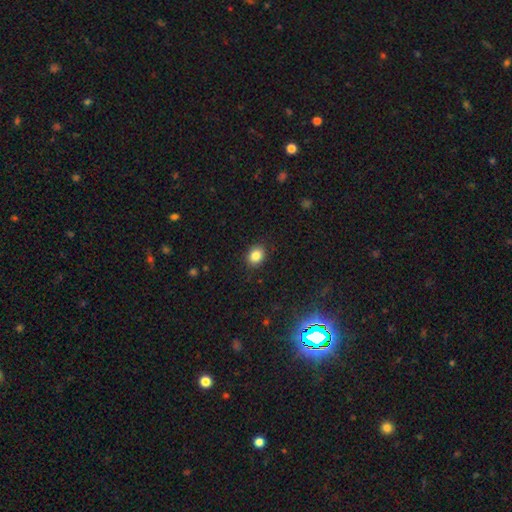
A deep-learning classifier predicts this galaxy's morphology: A smooth galaxy with no disk features (84%) that is in between round and cigar-shaped (52%). Merging: none (88%).